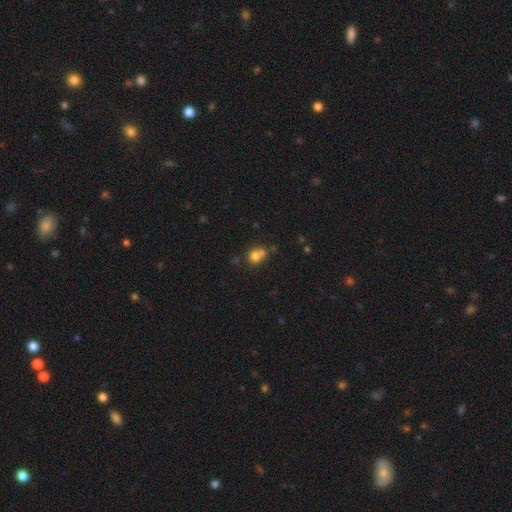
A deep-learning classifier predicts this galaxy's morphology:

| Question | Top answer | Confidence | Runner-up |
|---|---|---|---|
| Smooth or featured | smooth | 75% | star or artifact (13%) |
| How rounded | round | 71% | in between (27%) |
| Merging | merger | 42% | none (38%) |